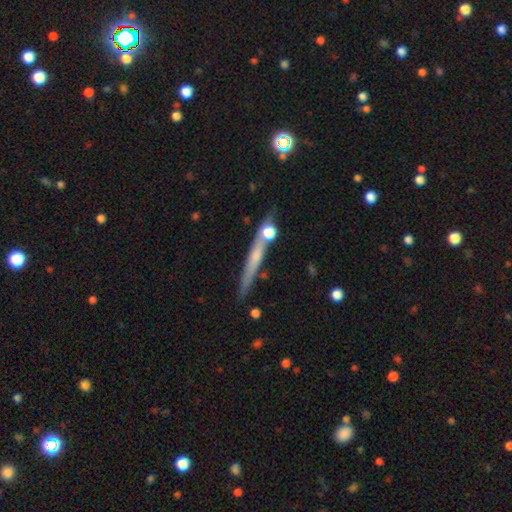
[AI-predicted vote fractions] Overall: featured or disk (51%; smooth 40%). Edge-on disk: yes (93%). Merging: none (74%).